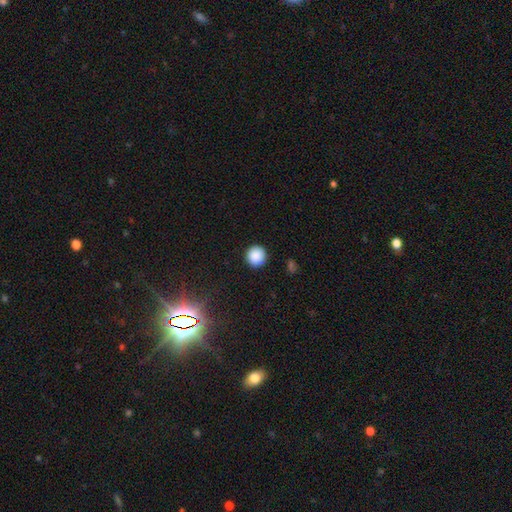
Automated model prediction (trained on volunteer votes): This is clearly a smooth galaxy (87%). How rounded: clearly round (95%). Merging: clearly none (91%).